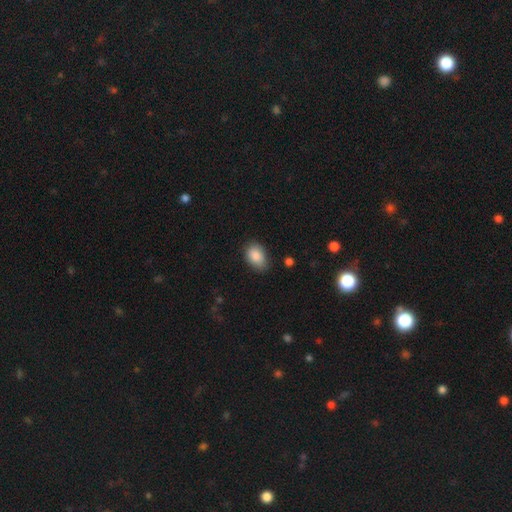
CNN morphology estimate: smooth-or-featured: smooth: 88% | star or artifact: 7% | featured or disk: 5%
  how-rounded: in between: 84% | round: 15% | cigar-shaped: 1%
  merging: none: 76% | minor disturbance: 20% | major disturbance: 3% | merger: 2%